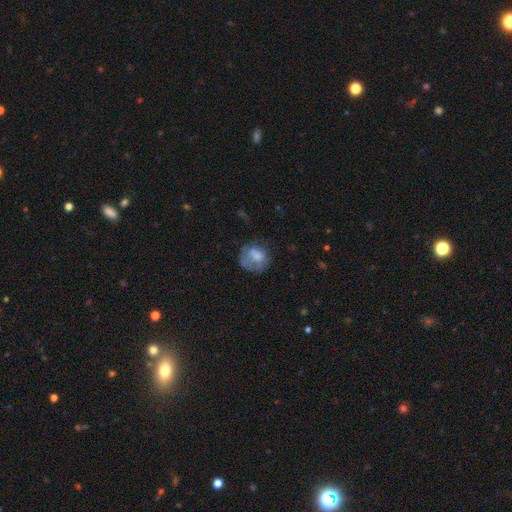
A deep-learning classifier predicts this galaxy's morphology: type=smooth (64%); roundness=round (69%); merging=none (47%).